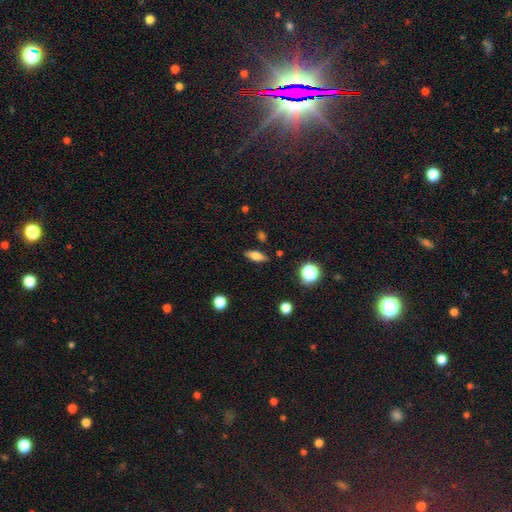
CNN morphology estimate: type=smooth (68%); roundness=in between (62%); merging=none (85%).